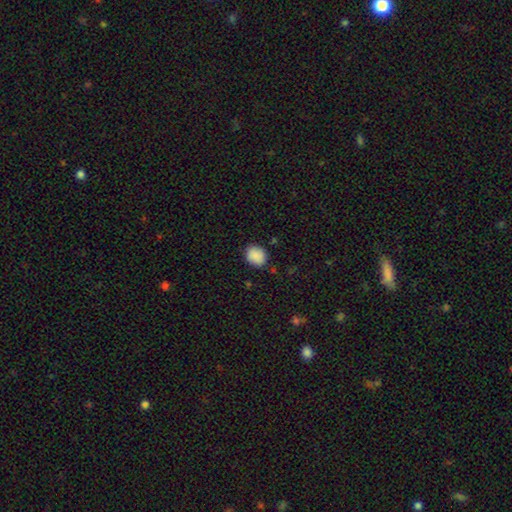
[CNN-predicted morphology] The model was most divided on "how rounded": round: 59%, in between: 40%, cigar-shaped: 1%. More confident: smooth or featured — smooth (89%); merging — none (83%).